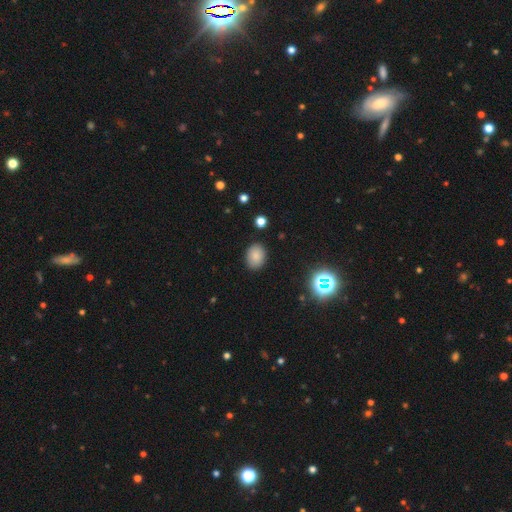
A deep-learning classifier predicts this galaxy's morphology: smooth-or-featured: smooth: 82% | star or artifact: 12% | featured or disk: 6%
  how-rounded: in between: 67% | round: 32% | cigar-shaped: 1%
  merging: none: 87% | minor disturbance: 9% | major disturbance: 2% | merger: 1%